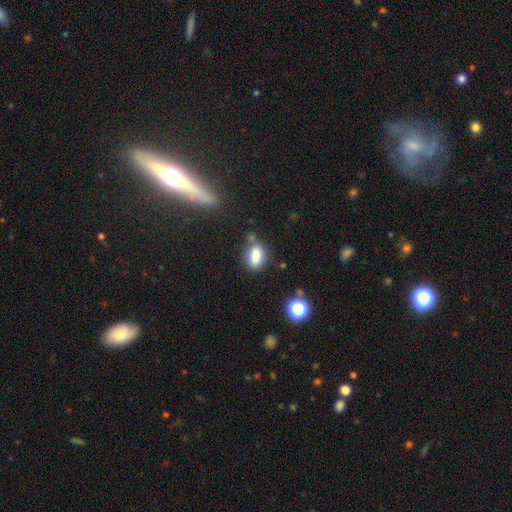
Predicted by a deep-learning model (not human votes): smooth_or_featured: smooth (p=0.82) [alt: star or artifact p=0.10]
how_rounded: in between (p=0.82) [alt: round p=0.12]
merging: none (p=0.60) [alt: minor disturbance p=0.20]